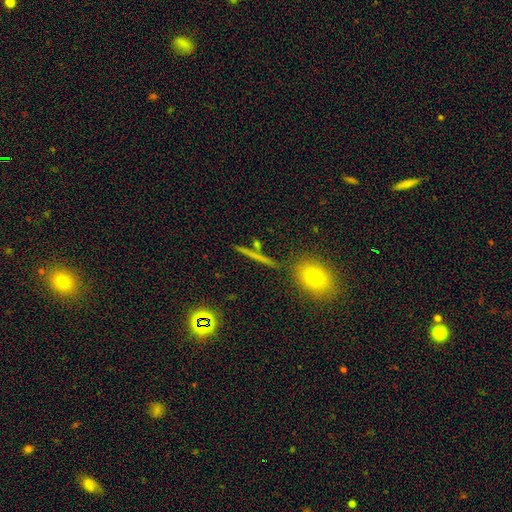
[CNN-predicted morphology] Smooth or featured? Predicted: smooth (p=0.39). Merging? Predicted: none (p=0.86).